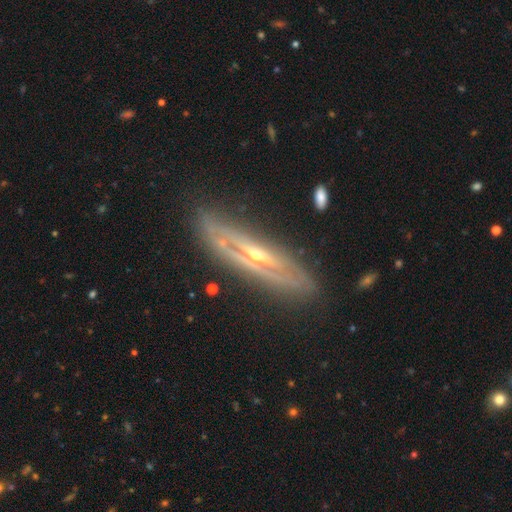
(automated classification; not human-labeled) featured or disk 81%, smooth 13%, star or artifact 7%. Down the decision tree: edge-on disk — yes (65%); edge-on bulge — rounded (76%); merging — none (80%).